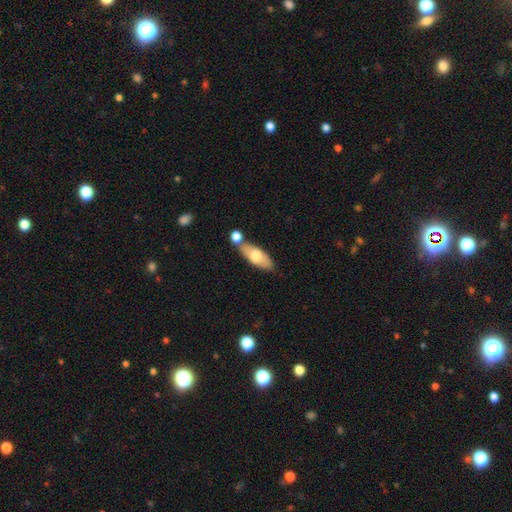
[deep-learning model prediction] Smooth or featured? smooth (64%)
How rounded? in between (71%)
Merging? none (57%)